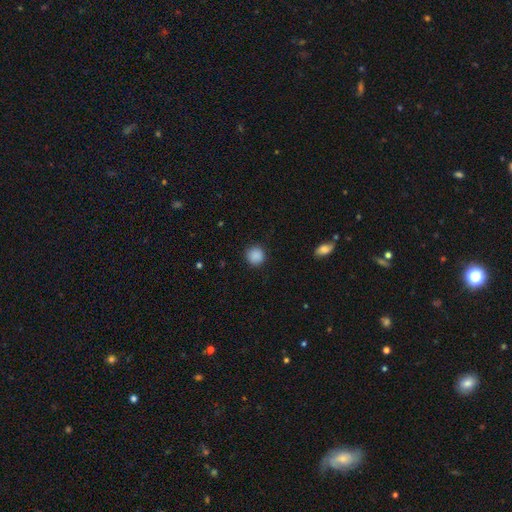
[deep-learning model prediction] Smooth or featured: smooth — 89% (star or artifact — 9%)
How rounded: round — 94% (in between — 6%)
Merging: none — 91% (minor disturbance — 6%)